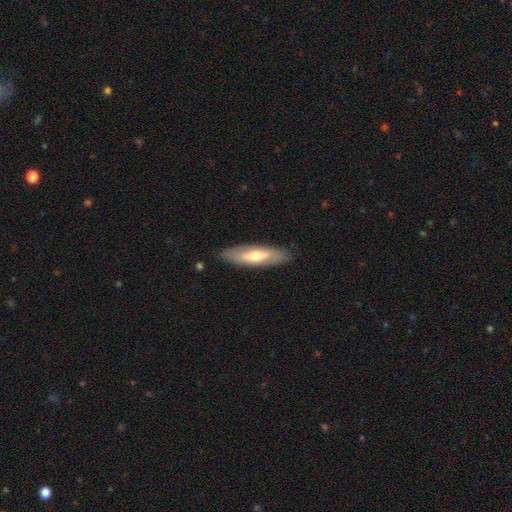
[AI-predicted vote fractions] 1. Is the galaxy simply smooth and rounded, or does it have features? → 50% featured or disk, 45% smooth, 6% star or artifact.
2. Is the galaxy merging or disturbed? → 86% none, 11% minor disturbance, 2% major disturbance, 1% merger.